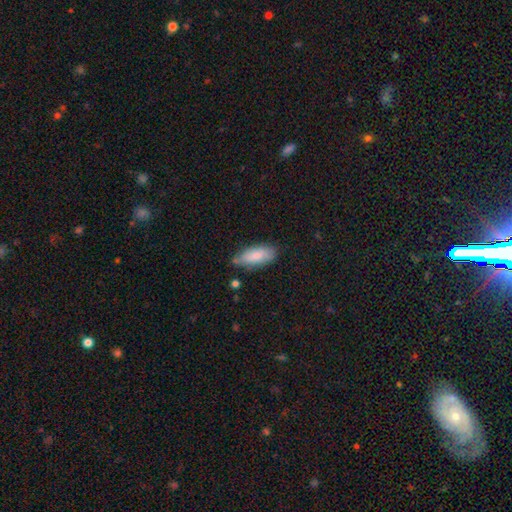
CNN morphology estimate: Smooth or featured?
  - smooth: 81% *
  - featured or disk: 13%
  - star or artifact: 6%
How rounded?
  - in between: 82% *
  - cigar-shaped: 16%
  - round: 2%
Merging?
  - none: 65% *
  - minor disturbance: 26%
  - major disturbance: 5%
  - merger: 4%